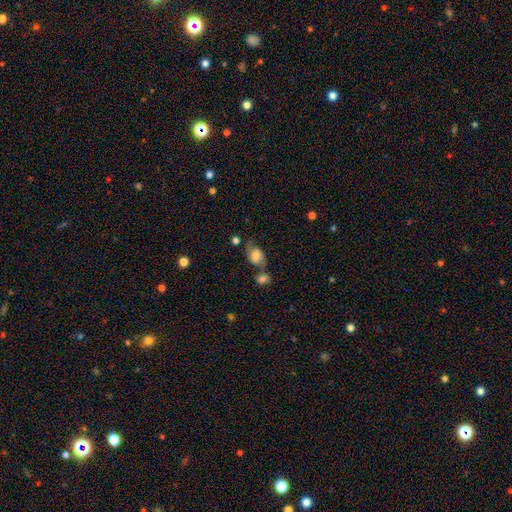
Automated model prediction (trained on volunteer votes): Morphology: type=smooth (53%); roundness=in between (78%); merging=none (46%).